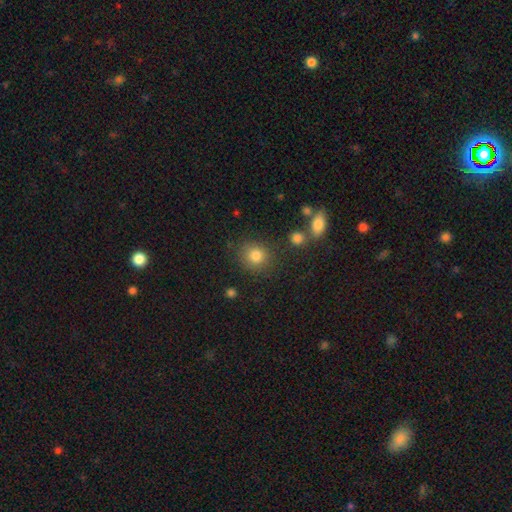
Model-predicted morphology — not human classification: Q: Smooth or featured?
A: smooth (82%); runner-up: star or artifact (12%)
Q: How rounded?
A: round (87%); runner-up: in between (12%)
Q: Merging?
A: none (82%); runner-up: minor disturbance (10%)